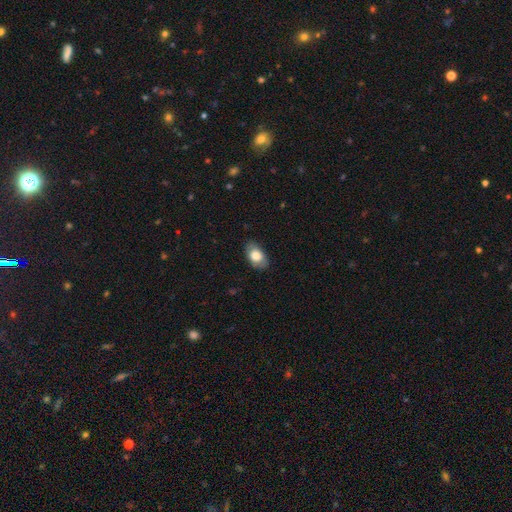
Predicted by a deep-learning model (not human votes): smooth-or-featured: smooth: 78% | featured or disk: 16% | star or artifact: 7%
  how-rounded: in between: 90% | round: 9% | cigar-shaped: 2%
  merging: none: 80% | minor disturbance: 16% | major disturbance: 3% | merger: 1%